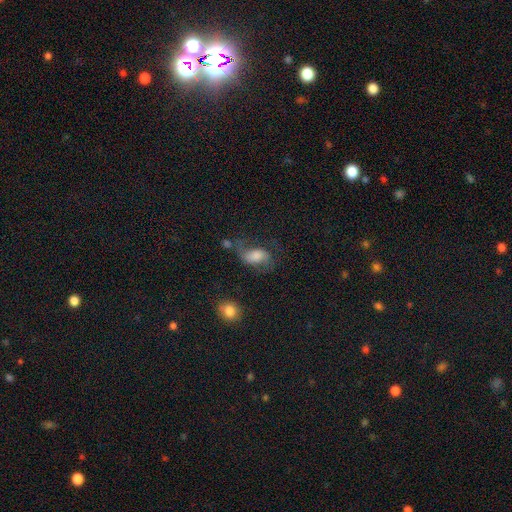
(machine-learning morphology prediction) Smooth or featured? smooth (45%)
Merging? none (43%)